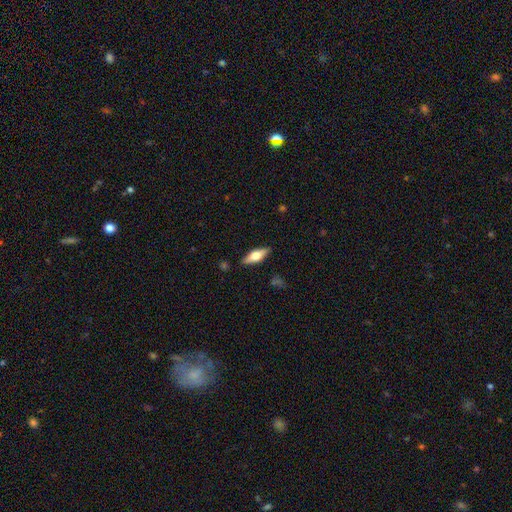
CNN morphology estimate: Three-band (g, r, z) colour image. It shows a featured or disk galaxy (53%) viewed edge-on (93%). Merging: none (87%).